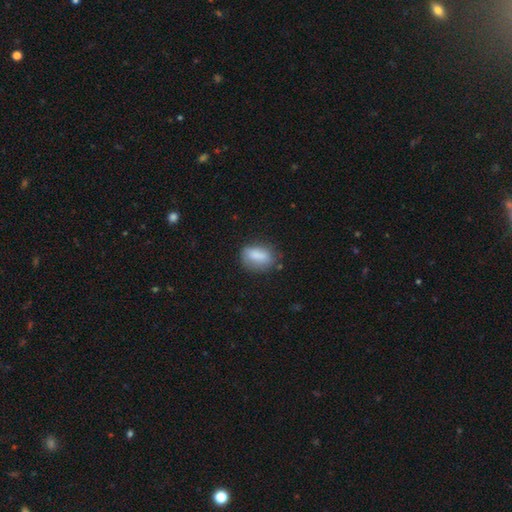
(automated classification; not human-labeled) smooth-or-featured: smooth: 80% | featured or disk: 12% | star or artifact: 8%
  how-rounded: in between: 81% | round: 14% | cigar-shaped: 5%
  merging: none: 63% | minor disturbance: 25% | major disturbance: 8% | merger: 4%